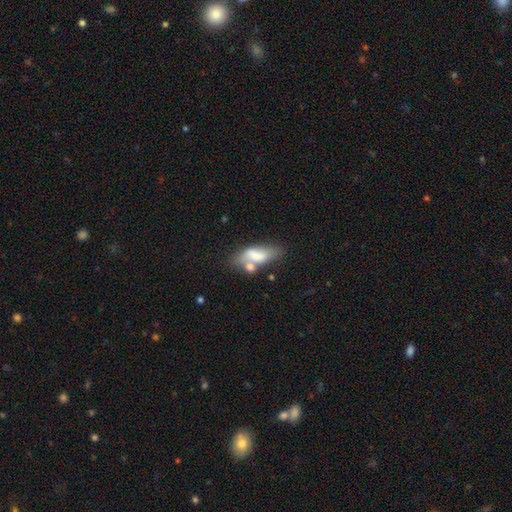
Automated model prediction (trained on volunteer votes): smooth-or-featured: smooth: 62% | featured or disk: 30% | star or artifact: 8%
  how-rounded: in between: 72% | cigar-shaped: 24% | round: 4%
  merging: none: 37% | merger: 29% | minor disturbance: 21% | major disturbance: 12%